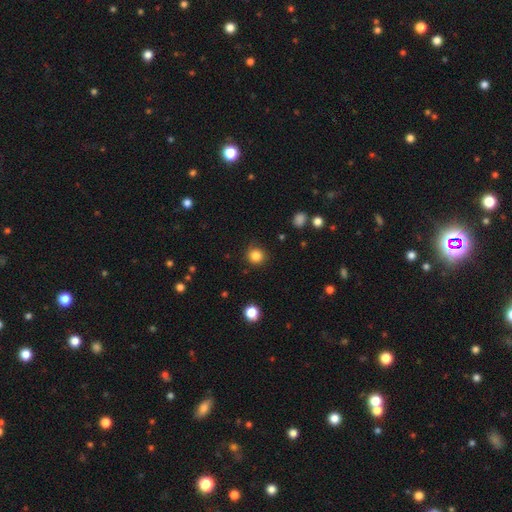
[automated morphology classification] Smooth or featured? Predicted: smooth (p=0.84). How rounded? Predicted: round (p=0.93). Merging? Predicted: none (p=0.86).